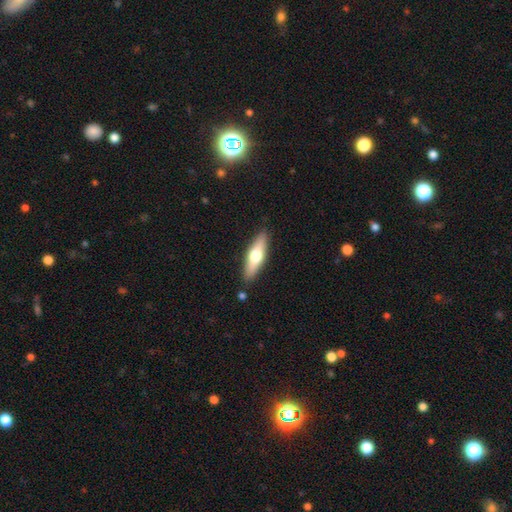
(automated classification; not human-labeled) Morphology: type=smooth (55%); roundness=cigar-shaped (59%); merging=none (87%).